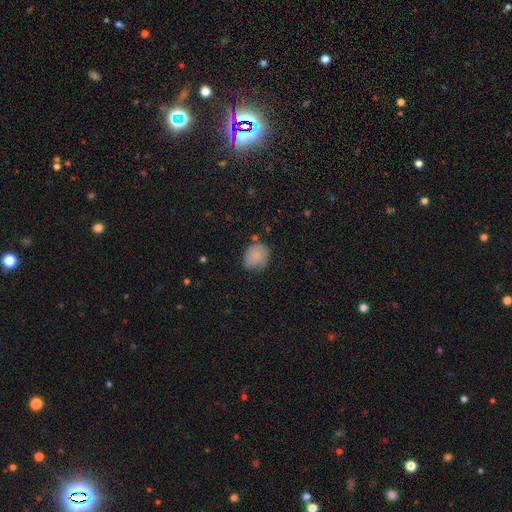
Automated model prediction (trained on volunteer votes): smooth-or-featured: smooth: 75% | featured or disk: 17% | star or artifact: 8%
  how-rounded: round: 62% | in between: 37% | cigar-shaped: 1%
  merging: none: 61% | minor disturbance: 29% | major disturbance: 7% | merger: 3%